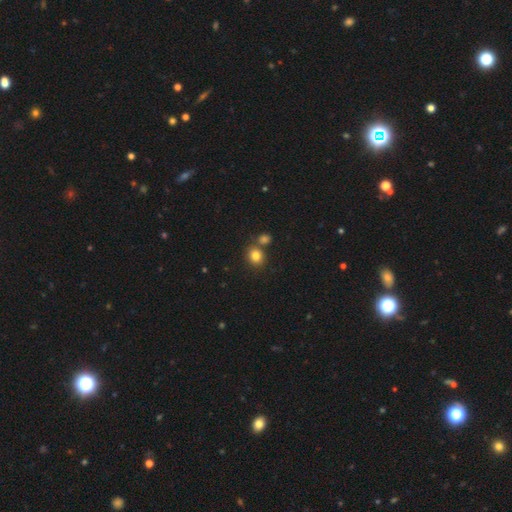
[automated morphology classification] The model was most divided on "merging": none: 66%, merger: 22%, minor disturbance: 9%, major disturbance: 3%. More confident: smooth or featured — smooth (81%); how rounded — round (72%).